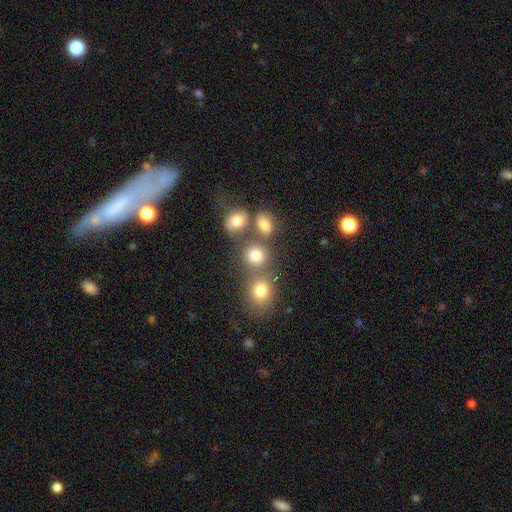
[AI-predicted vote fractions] Smooth or featured? Predicted: smooth (p=0.75). How rounded? Predicted: round (p=0.77). Merging? Predicted: none (p=0.52).